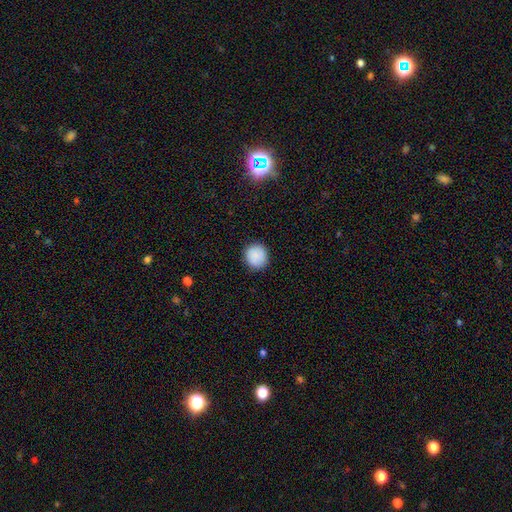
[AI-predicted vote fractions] smooth_or_featured: smooth (p=0.89) [alt: star or artifact p=0.08]
how_rounded: round (p=0.88) [alt: in between p=0.11]
merging: none (p=0.89) [alt: minor disturbance p=0.08]